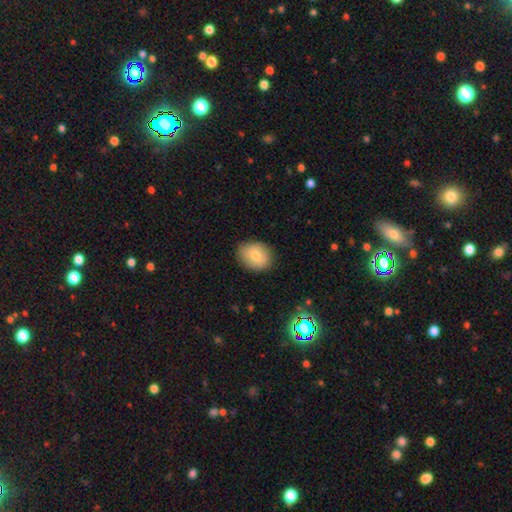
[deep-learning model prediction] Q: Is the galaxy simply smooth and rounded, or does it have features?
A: smooth — 76%.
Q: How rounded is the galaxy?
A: in between — 54%.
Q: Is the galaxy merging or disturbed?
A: none — 81%.